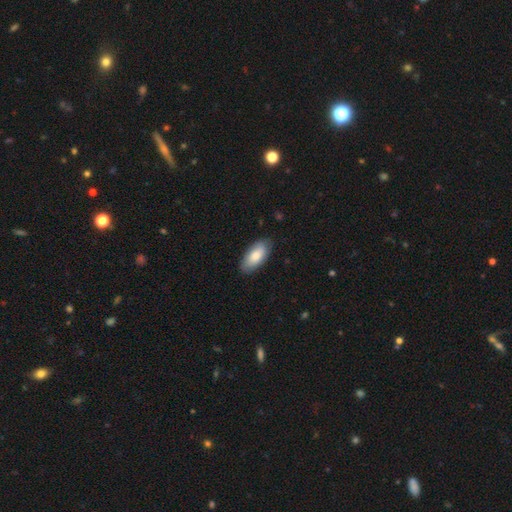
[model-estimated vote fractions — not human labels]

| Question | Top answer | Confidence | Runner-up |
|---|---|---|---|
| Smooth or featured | smooth | 82% | featured or disk (13%) |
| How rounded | in between | 91% | cigar-shaped (8%) |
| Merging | none | 85% | minor disturbance (12%) |